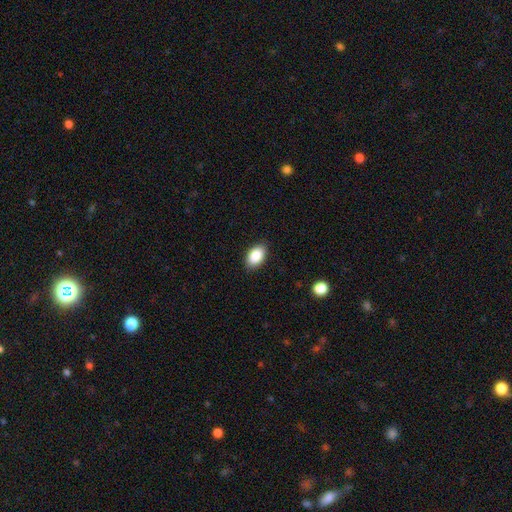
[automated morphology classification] Smooth or featured? Predicted: smooth (p=0.88). How rounded? Predicted: in between (p=0.91). Merging? Predicted: none (p=0.88).